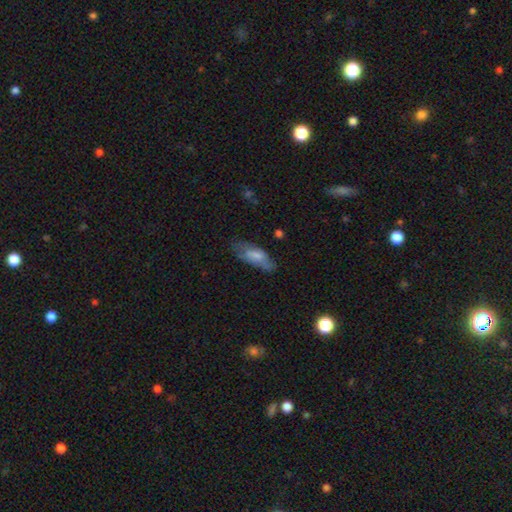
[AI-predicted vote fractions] smooth-or-featured: smooth: 66% | featured or disk: 27% | star or artifact: 7%
  how-rounded: in between: 72% | cigar-shaped: 26% | round: 2%
  merging: none: 55% | minor disturbance: 29% | major disturbance: 13% | merger: 2%